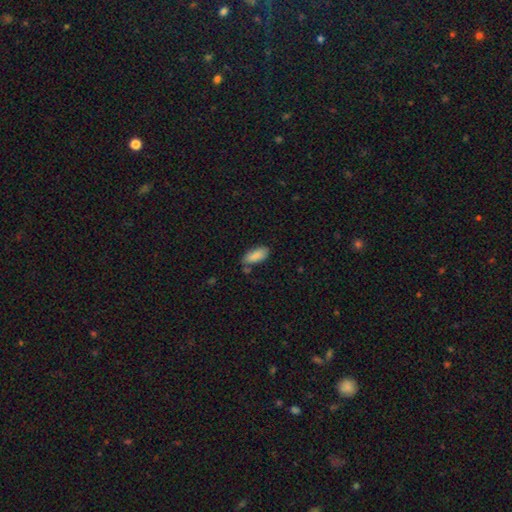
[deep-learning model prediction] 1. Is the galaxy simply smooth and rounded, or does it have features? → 87% smooth, 7% star or artifact, 7% featured or disk.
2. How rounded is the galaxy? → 89% in between, 9% cigar-shaped, 2% round.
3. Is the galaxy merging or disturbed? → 69% none, 21% minor disturbance, 7% merger, 4% major disturbance.